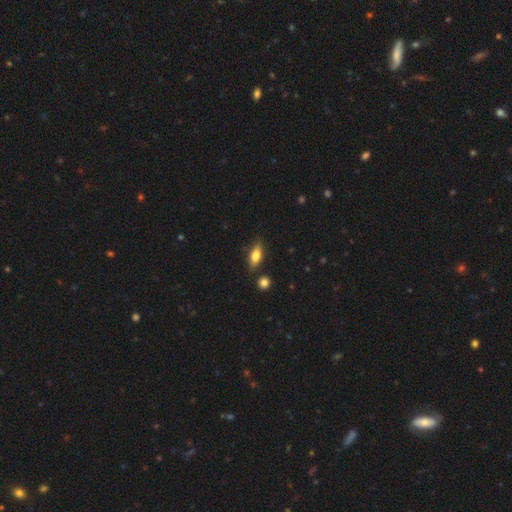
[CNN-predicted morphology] Smooth or featured? Predicted: smooth (p=0.70). How rounded? Predicted: in between (p=0.73). Merging? Predicted: none (p=0.79).